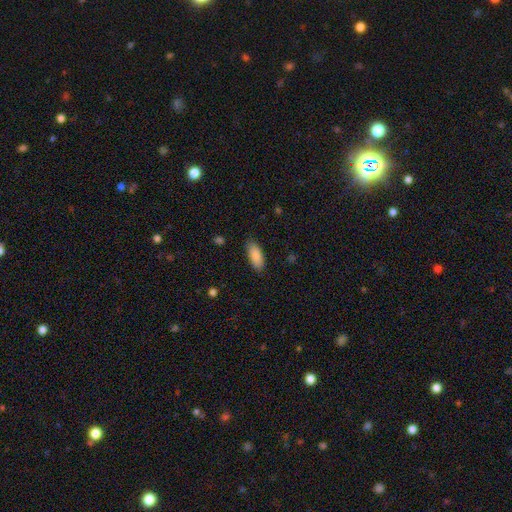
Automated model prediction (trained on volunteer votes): The model was most divided on "how rounded": in between: 80%, cigar-shaped: 18%, round: 2%. More confident: smooth or featured — smooth (88%); merging — none (85%).